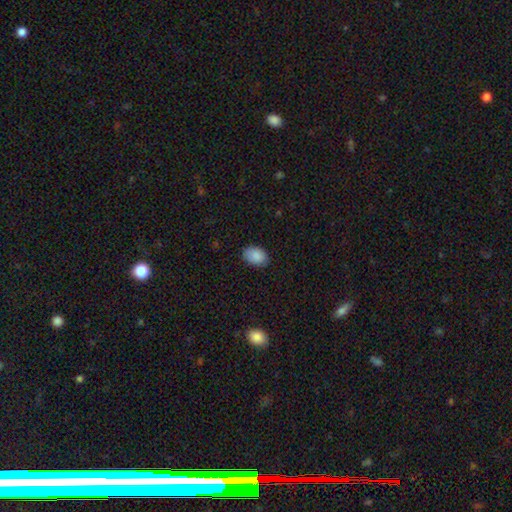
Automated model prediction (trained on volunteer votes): smooth 88%, star or artifact 7%, featured or disk 5%. Down the decision tree: how rounded — in between (84%); merging — none (83%).